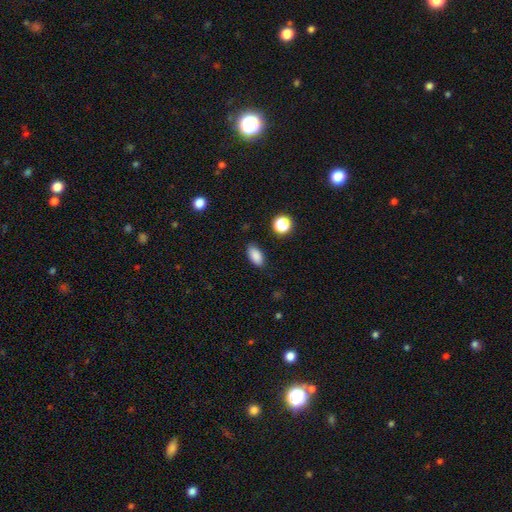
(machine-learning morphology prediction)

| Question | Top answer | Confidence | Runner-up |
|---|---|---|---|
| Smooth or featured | smooth | 86% | star or artifact (9%) |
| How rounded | in between | 90% | round (5%) |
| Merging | none | 86% | minor disturbance (10%) |